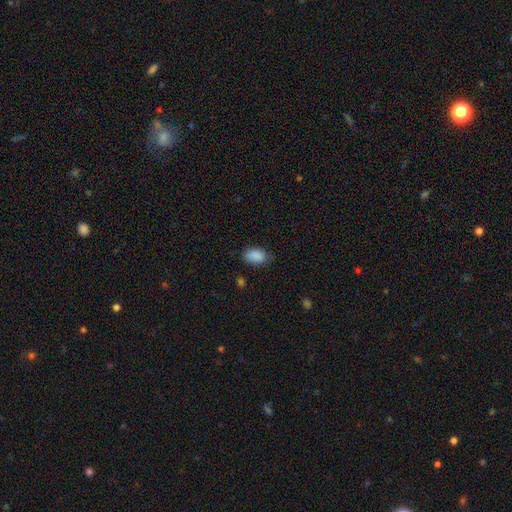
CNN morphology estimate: The model was most divided on "merging": none: 78%, minor disturbance: 17%, major disturbance: 4%, merger: 1%. More confident: how rounded — in between (90%); smooth or featured — smooth (89%).